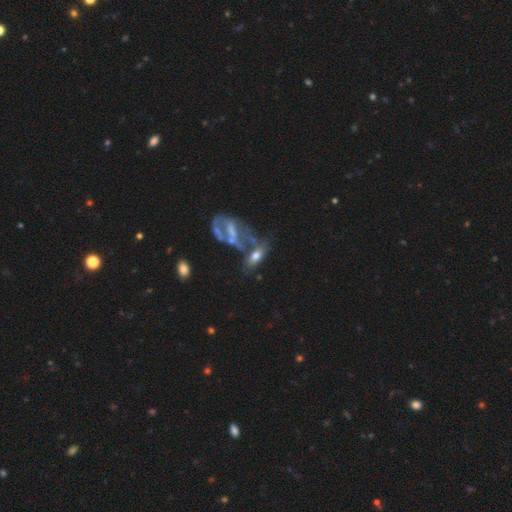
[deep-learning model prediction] Smooth or featured? Predicted: smooth (p=0.47). Merging? Predicted: merger (p=0.42).